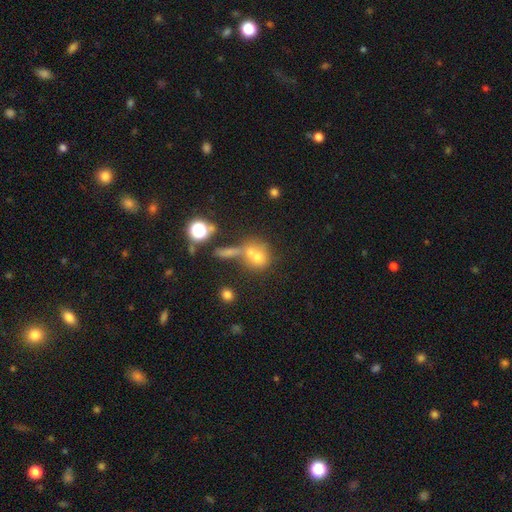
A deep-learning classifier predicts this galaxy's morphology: Smooth or featured? Predicted: smooth (p=0.60). How rounded? Predicted: round (p=0.70). Merging? Predicted: merger (p=0.51).